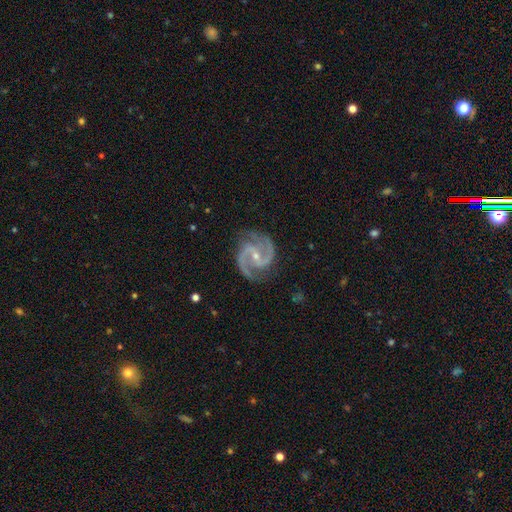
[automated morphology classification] Smooth or featured: featured or disk — 93% (star or artifact — 4%)
Edge-on disk: no — 98% (yes — 2%)
Bar: weak — 43% (strong — 29%)
Spiral arms: yes — 99% (no — 1%)
Spiral winding: medium — 65% (tight — 22%)
Spiral arm count: 2 — 89% (3 — 5%)
Bulge size: small — 65% (moderate — 31%)
Merging: none — 79% (minor disturbance — 15%)